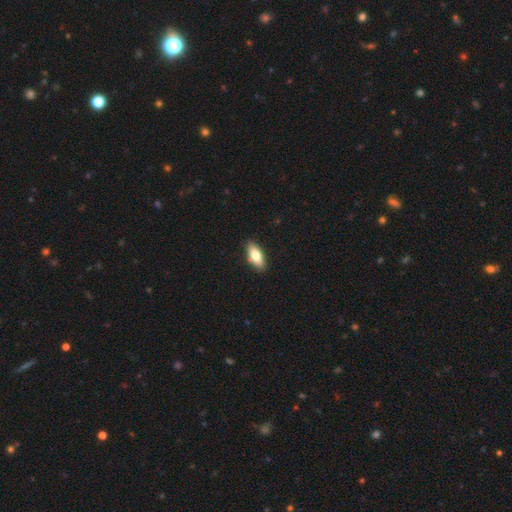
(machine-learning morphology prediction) Q: Smooth or featured?
A: smooth (73%); runner-up: featured or disk (20%)
Q: How rounded?
A: in between (77%); runner-up: cigar-shaped (20%)
Q: Merging?
A: none (89%); runner-up: minor disturbance (9%)